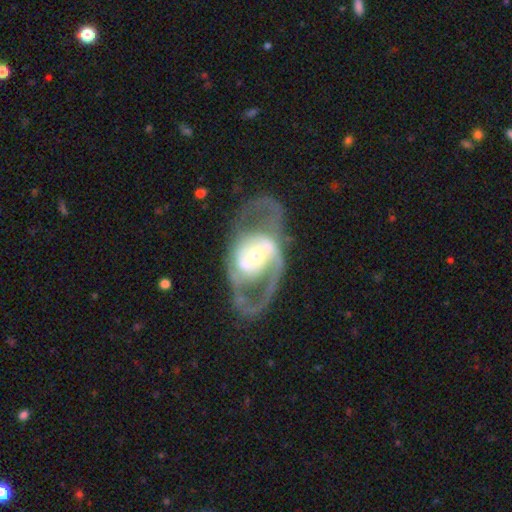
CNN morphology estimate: smooth_or_featured: featured or disk (p=0.83) [alt: smooth p=0.12]
disk_edge_on: no (p=0.95) [alt: yes p=0.05]
bar: no (p=0.54) [alt: weak p=0.28]
has_spiral_arms: yes (p=0.72) [alt: no p=0.28]
spiral_winding: medium (p=0.48) [alt: loose p=0.27]
spiral_arm_count: 2 (p=0.78) [alt: can't tell p=0.11]
bulge_size: moderate (p=0.64) [alt: small p=0.19]
merging: none (p=0.57) [alt: major disturbance p=0.24]